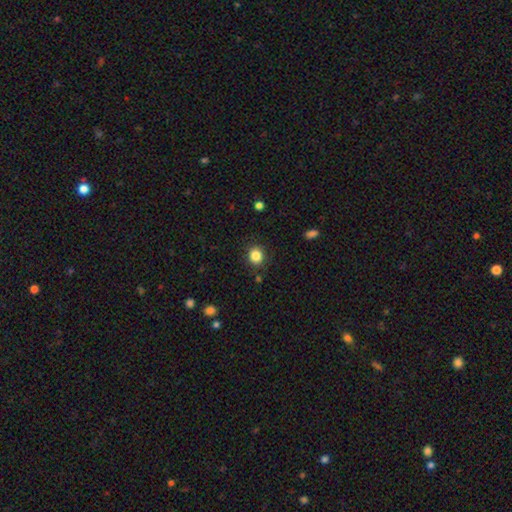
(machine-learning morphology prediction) Smooth or featured?
  - smooth: 85% *
  - star or artifact: 11%
  - featured or disk: 4%
How rounded?
  - round: 79% *
  - in between: 20%
  - cigar-shaped: 1%
Merging?
  - none: 87% *
  - minor disturbance: 9%
  - major disturbance: 3%
  - merger: 2%